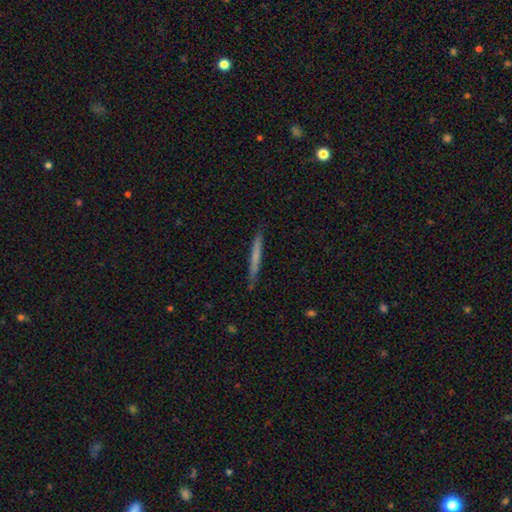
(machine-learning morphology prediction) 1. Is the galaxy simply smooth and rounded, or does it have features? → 61% smooth, 34% featured or disk, 6% star or artifact.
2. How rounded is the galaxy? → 97% cigar-shaped, 2% in between, 1% round.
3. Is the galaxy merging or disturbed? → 88% none, 9% minor disturbance, 2% major disturbance, 1% merger.